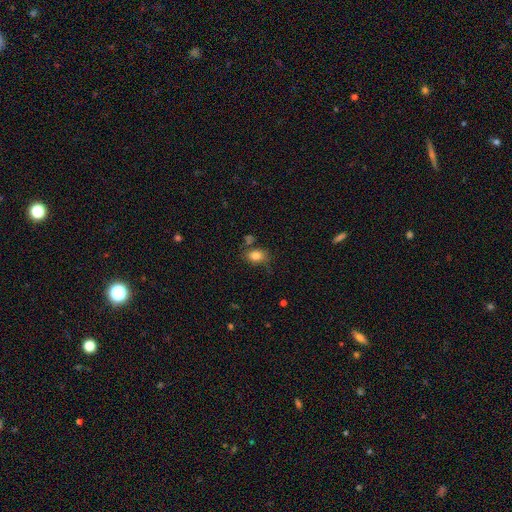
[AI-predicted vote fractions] Overall: smooth (82%). How rounded: in between (76%). Merging: none (66%).